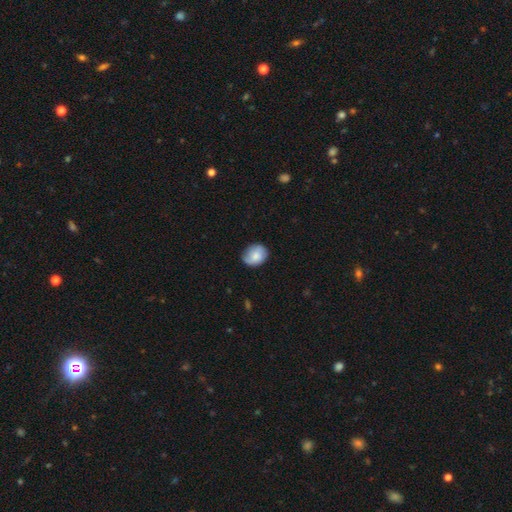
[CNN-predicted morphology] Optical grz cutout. It shows a smooth galaxy with no disk features (73%) that is round (56%). Merging: none (74%).